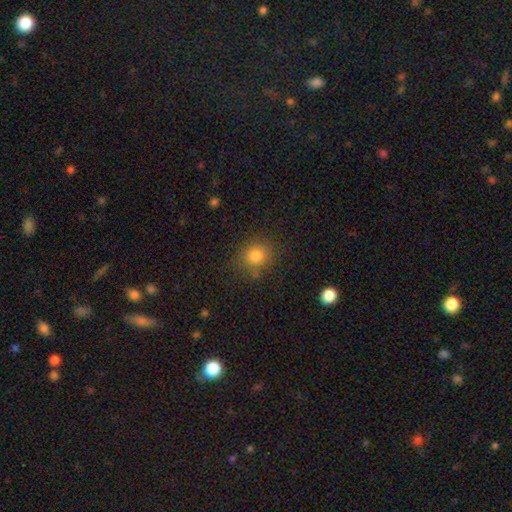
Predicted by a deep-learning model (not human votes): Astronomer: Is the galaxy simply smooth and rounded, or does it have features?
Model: smooth — 79%.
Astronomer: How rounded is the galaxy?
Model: round — 77%.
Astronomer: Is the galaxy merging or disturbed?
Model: none — 79%.